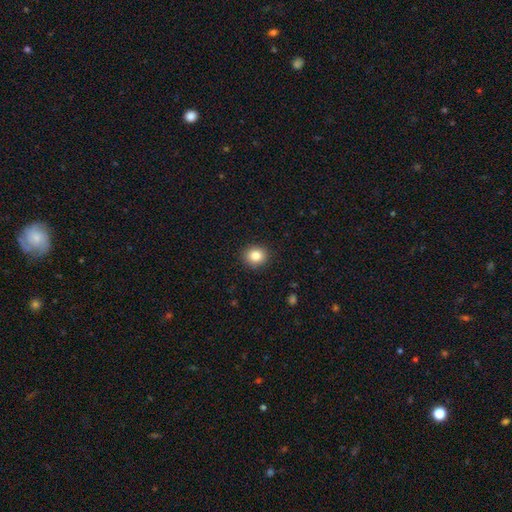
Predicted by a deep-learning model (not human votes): smooth 84%, star or artifact 10%, featured or disk 6%. Down the decision tree: how rounded — round (79%); merging — none (91%).